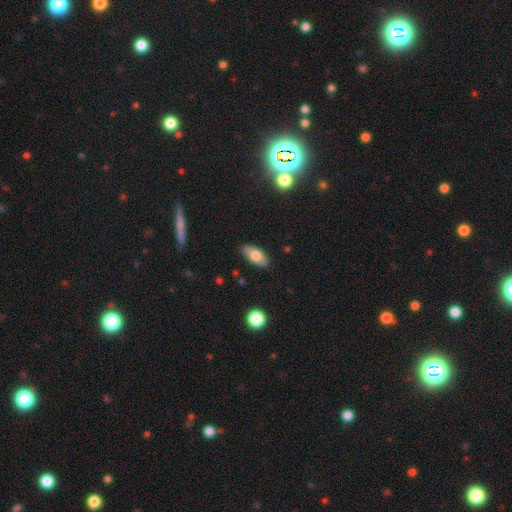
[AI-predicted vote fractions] Morphology: type=smooth (72%); roundness=in between (89%); merging=none (84%).